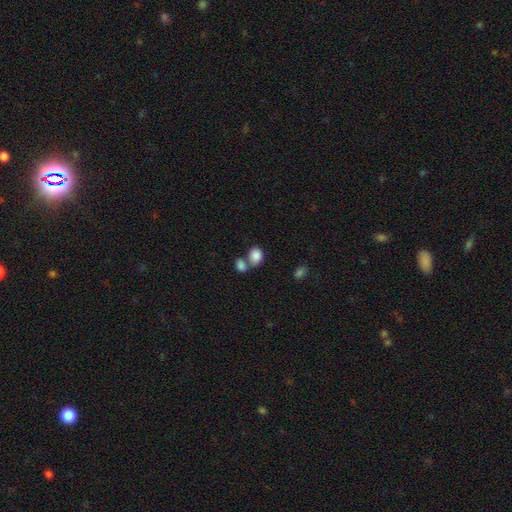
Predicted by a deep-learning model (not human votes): Overall: smooth (85%). How rounded: in between (54%; round 45%). Merging: merger (48%; none 39%).